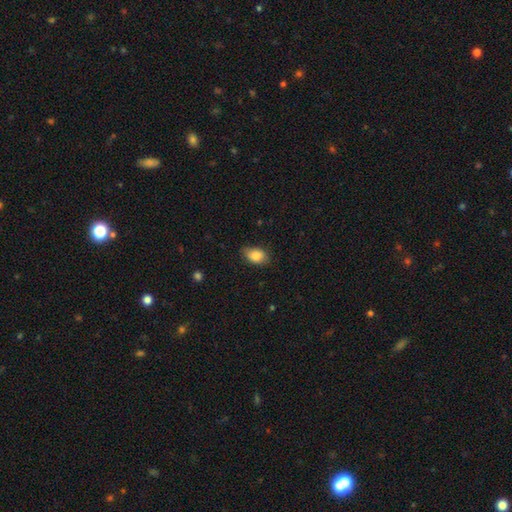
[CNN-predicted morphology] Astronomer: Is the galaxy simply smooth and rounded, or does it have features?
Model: smooth — 86%.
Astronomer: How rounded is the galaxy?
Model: in between — 84%.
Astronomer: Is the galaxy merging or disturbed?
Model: none — 74%.